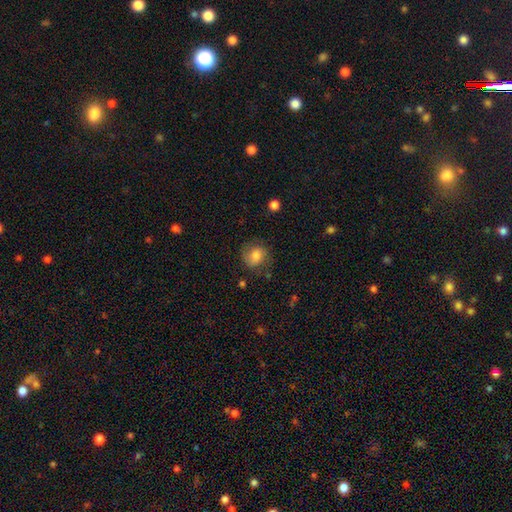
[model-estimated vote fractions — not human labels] smooth_or_featured: smooth (p=0.68) [alt: featured or disk p=0.23]
how_rounded: round (p=0.72) [alt: in between p=0.27]
merging: none (p=0.72) [alt: minor disturbance p=0.19]